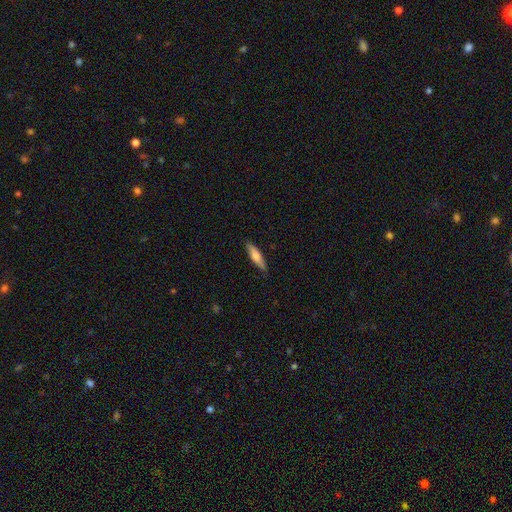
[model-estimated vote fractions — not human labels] Morphology: type=smooth (67%); roundness=cigar-shaped (77%); merging=none (87%).